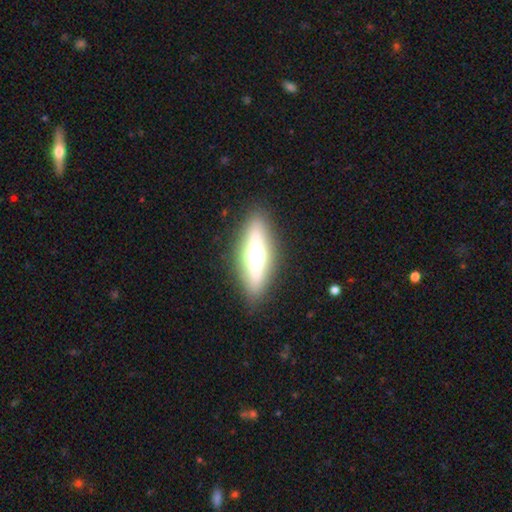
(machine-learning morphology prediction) Overall: featured or disk (53%; smooth 40%). Edge-on disk: yes (83%). Merging: none (88%).